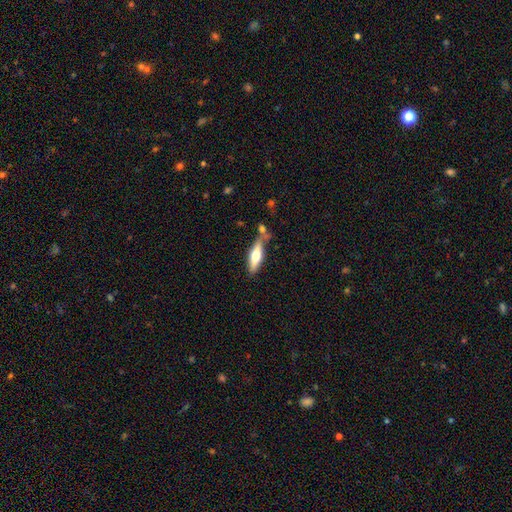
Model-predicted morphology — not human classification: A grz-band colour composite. It shows a smooth galaxy with no disk features (51%) that is cigar-shaped (61%). Merging: none (59%).